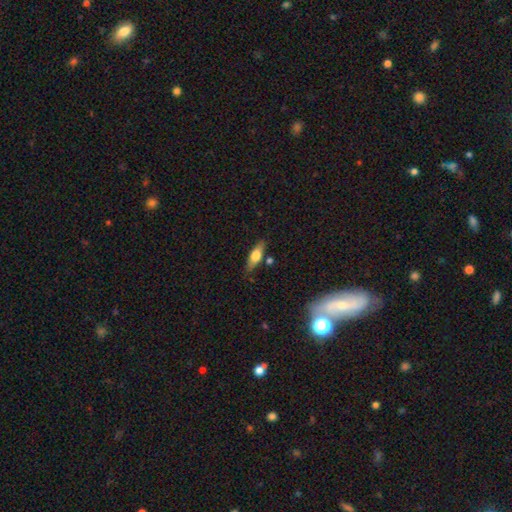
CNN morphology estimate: This is possibly a smooth galaxy (59%). How rounded: possibly in between (59%). Merging: likely none (78%).